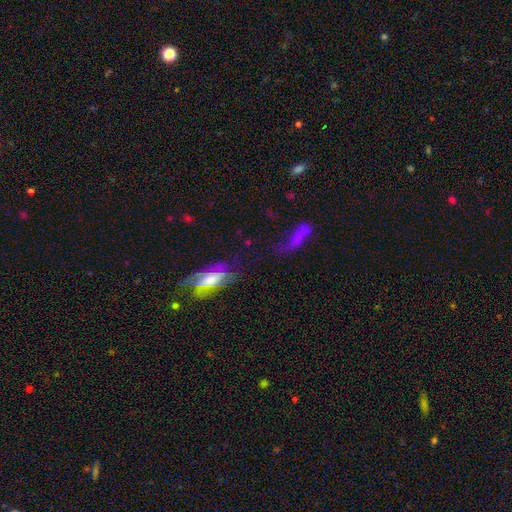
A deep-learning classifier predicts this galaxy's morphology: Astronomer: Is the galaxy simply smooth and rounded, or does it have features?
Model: smooth — 52% (runner-up: featured or disk, 29%).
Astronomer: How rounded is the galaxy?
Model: in between — 53% (runner-up: cigar-shaped, 30%).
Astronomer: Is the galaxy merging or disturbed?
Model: none — 43% (runner-up: major disturbance, 22%).